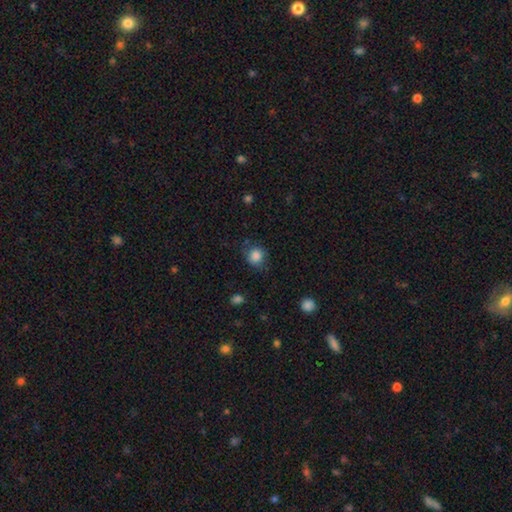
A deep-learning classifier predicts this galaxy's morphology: A smooth galaxy with no disk features (85%) that is round (85%). Merging: none (75%).